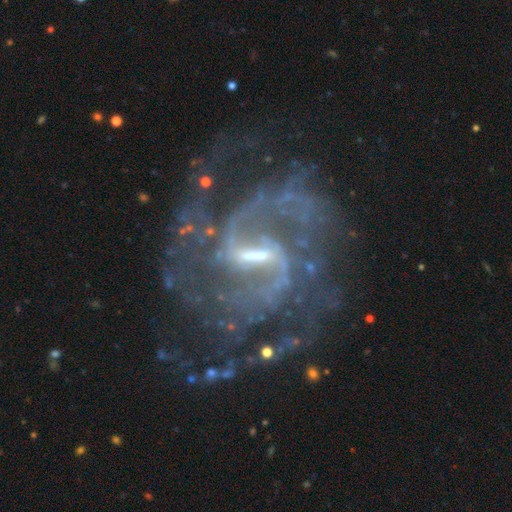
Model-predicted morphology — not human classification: This is clearly a featured or disk galaxy (92%). It is clearly not viewed edge-on (98%). Bar: possibly weak (51%). Spiral arm pattern: clearly yes (98%). Spiral arm count: likely 2 (70%). Spiral winding: possibly medium (55%). Central bulge: likely small (62%). Merging: likely none (62%).